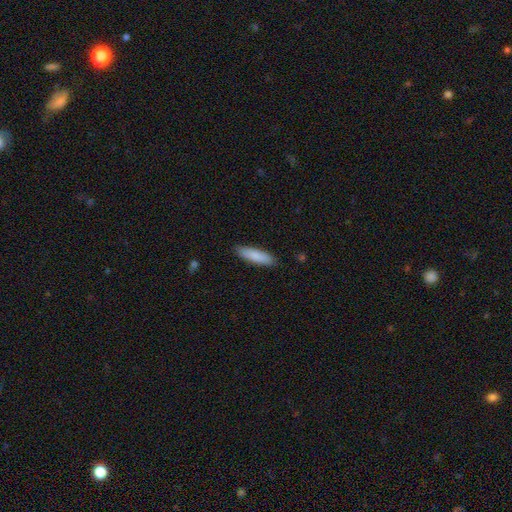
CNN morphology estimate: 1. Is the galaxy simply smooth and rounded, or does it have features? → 85% smooth, 9% featured or disk, 5% star or artifact.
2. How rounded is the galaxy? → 70% cigar-shaped, 29% in between, 1% round.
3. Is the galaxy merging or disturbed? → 89% none, 9% minor disturbance, 2% major disturbance, 1% merger.